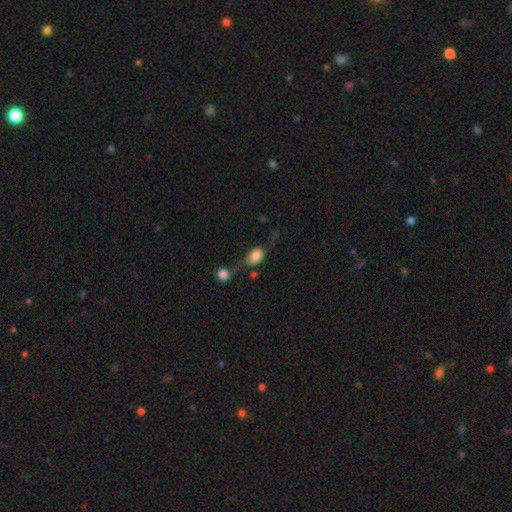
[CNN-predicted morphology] This appears to be a smooth galaxy with no disk features (76%) that is in between round and cigar-shaped (73%). Merging: none (32%).